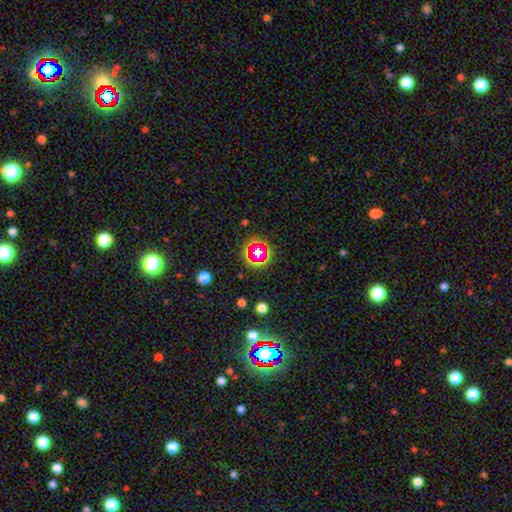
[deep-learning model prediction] Smooth or featured? star or artifact (42%)